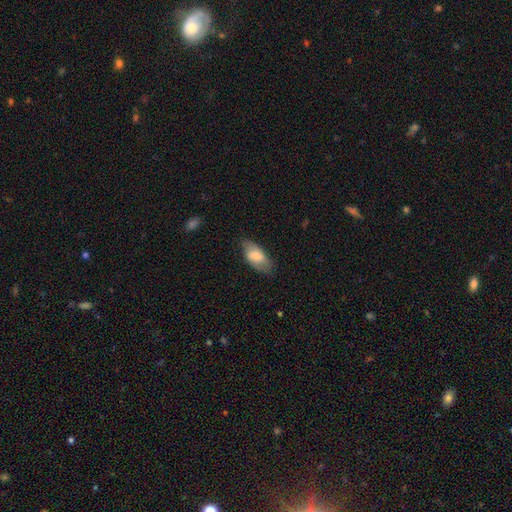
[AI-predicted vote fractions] Smooth or featured?
  - smooth: 69% *
  - featured or disk: 24%
  - star or artifact: 6%
How rounded?
  - in between: 91% *
  - cigar-shaped: 7%
  - round: 3%
Merging?
  - none: 75% *
  - minor disturbance: 19%
  - major disturbance: 5%
  - merger: 1%